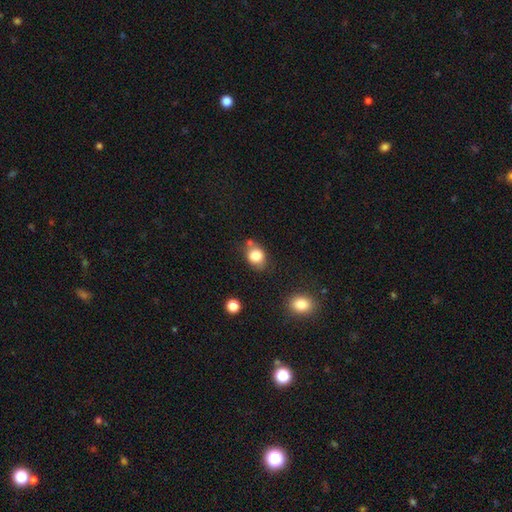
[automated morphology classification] A smooth galaxy with no disk features (81%) that is round (50%). Merging: none (63%).